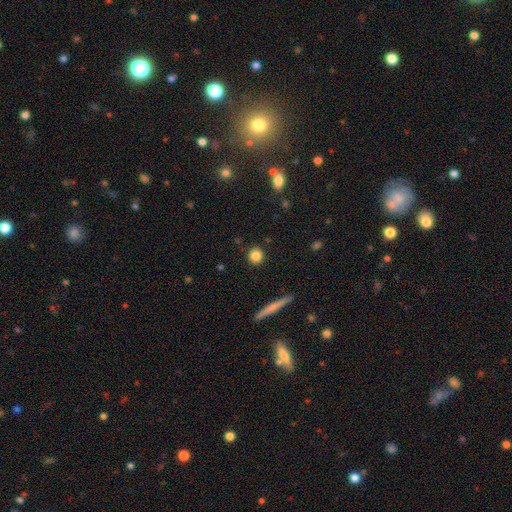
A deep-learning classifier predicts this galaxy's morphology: Smooth or featured: smooth — 83% (star or artifact — 10%)
How rounded: round — 90% (in between — 8%)
Merging: none — 90% (minor disturbance — 6%)